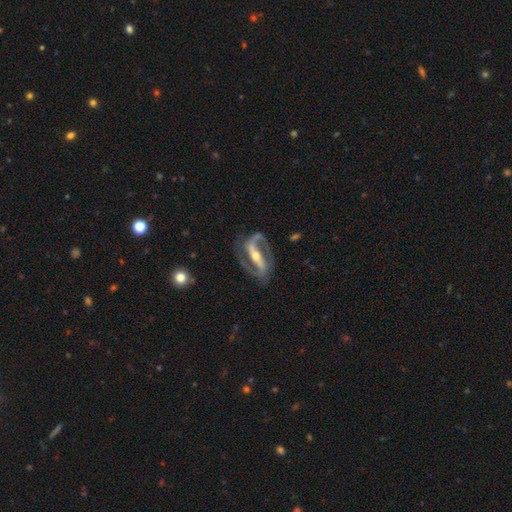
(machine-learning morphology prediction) Smooth or featured? featured or disk (92%)
Edge-on disk? no (94%)
Bar? strong (75%)
Spiral arms? yes (97%)
Spiral winding? medium (52%)
Spiral arm count? 2 (92%)
Bulge size? moderate (52%)
Merging? none (79%)